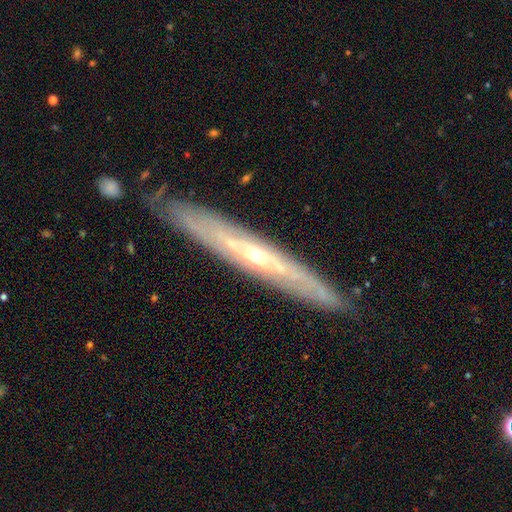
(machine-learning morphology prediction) Overall: featured or disk (77%). Edge-on disk: yes (75%). Edge-on bulge: rounded (70%). Merging: none (85%).